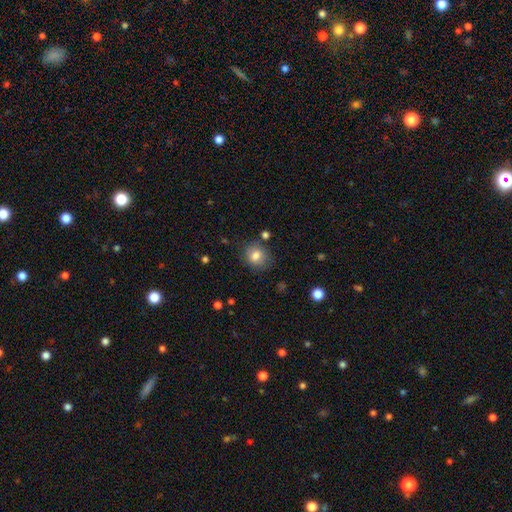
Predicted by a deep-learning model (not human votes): Smooth or featured: smooth — 79% (featured or disk — 11%)
How rounded: round — 72% (in between — 27%)
Merging: none — 79% (minor disturbance — 14%)